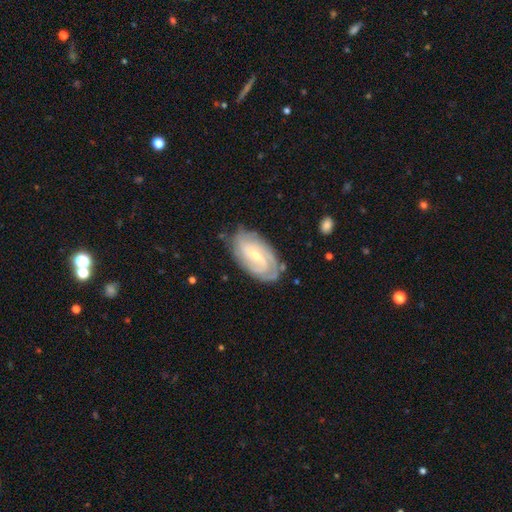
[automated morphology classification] A featured or disk galaxy (83%) with a weak bar (48%), 2 (33%) tight (62%) spiral arms (95%) and a small central bulge (70%). Merging: none (77%).